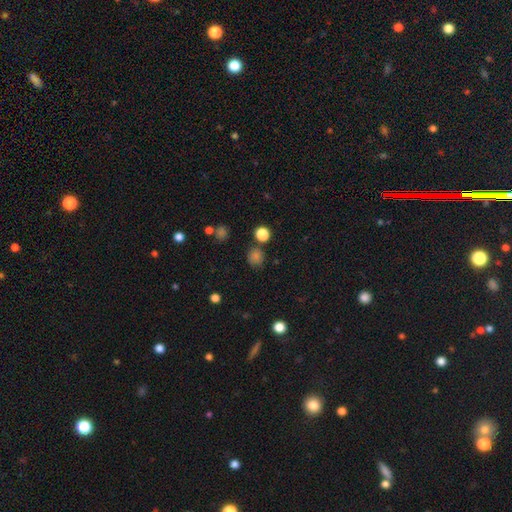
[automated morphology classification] type=smooth (62%); roundness=round (86%); merging=none (82%).